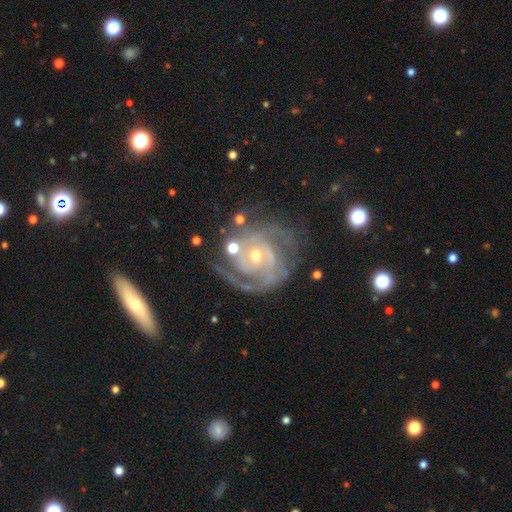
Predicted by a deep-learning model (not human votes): featured or disk 90%, star or artifact 6%, smooth 5%. Down the decision tree: edge-on disk — no (98%); bar — no (65%); spiral arms — yes (97%); spiral arm count — 2 (40%); spiral winding — tight (63%); bulge size — small (61%); merging — none (64%).